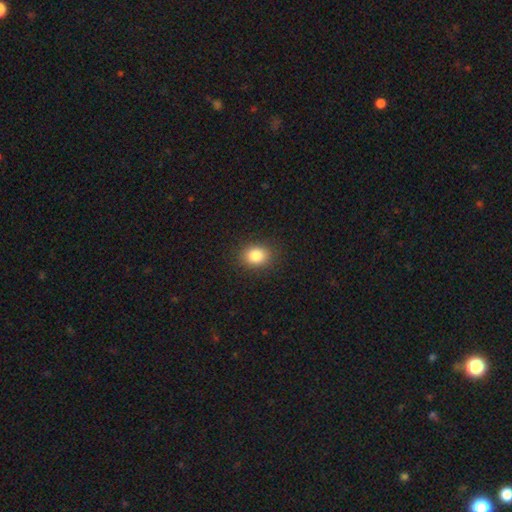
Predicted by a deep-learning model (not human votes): Q: Smooth or featured?
A: smooth (83%); runner-up: star or artifact (10%)
Q: How rounded?
A: round (52%); runner-up: in between (47%)
Q: Merging?
A: none (89%); runner-up: minor disturbance (8%)